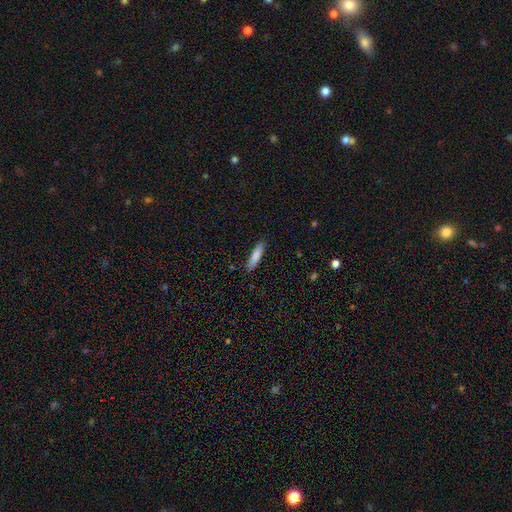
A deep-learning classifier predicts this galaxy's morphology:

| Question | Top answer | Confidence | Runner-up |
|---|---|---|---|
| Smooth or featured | smooth | 84% | featured or disk (10%) |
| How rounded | cigar-shaped | 78% | in between (21%) |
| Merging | none | 86% | minor disturbance (10%) |